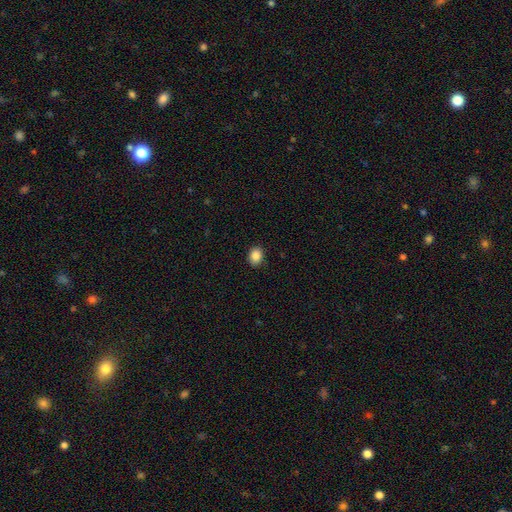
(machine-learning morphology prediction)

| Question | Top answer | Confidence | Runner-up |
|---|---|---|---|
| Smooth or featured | smooth | 88% | star or artifact (9%) |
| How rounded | round | 50% | in between (49%) |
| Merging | none | 90% | minor disturbance (7%) |